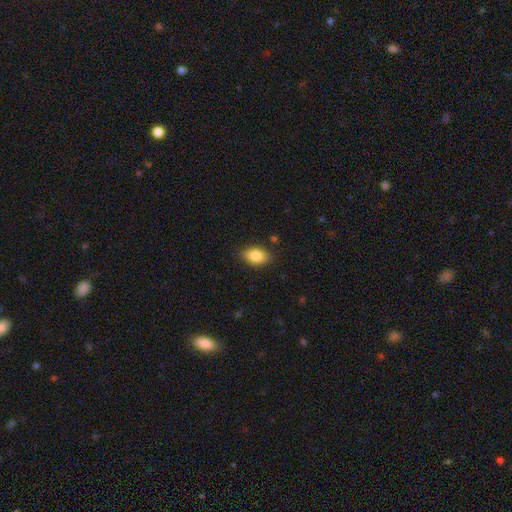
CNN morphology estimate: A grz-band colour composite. It shows a smooth galaxy with no disk features (85%) that is in between round and cigar-shaped (87%). Merging: none (84%).